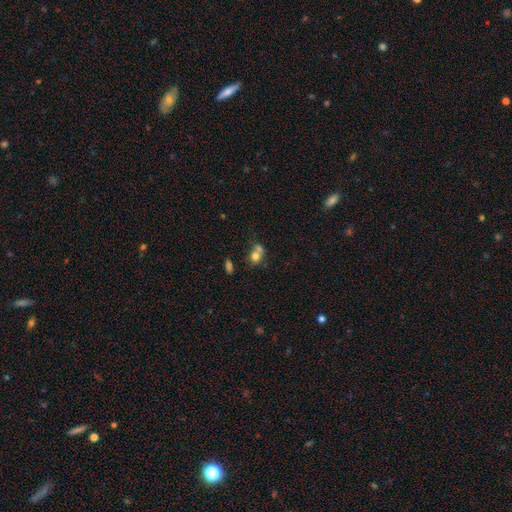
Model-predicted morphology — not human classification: smooth_or_featured: smooth (p=0.73) [alt: featured or disk p=0.16]
how_rounded: round (p=0.61) [alt: in between p=0.37]
merging: merger (p=0.56) [alt: none p=0.30]